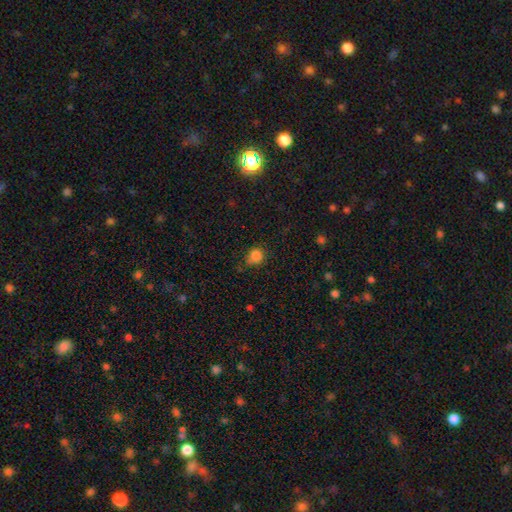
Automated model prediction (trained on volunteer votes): Q: Smooth or featured?
A: smooth (84%); runner-up: star or artifact (12%)
Q: How rounded?
A: round (84%); runner-up: in between (15%)
Q: Merging?
A: none (67%); runner-up: minor disturbance (23%)